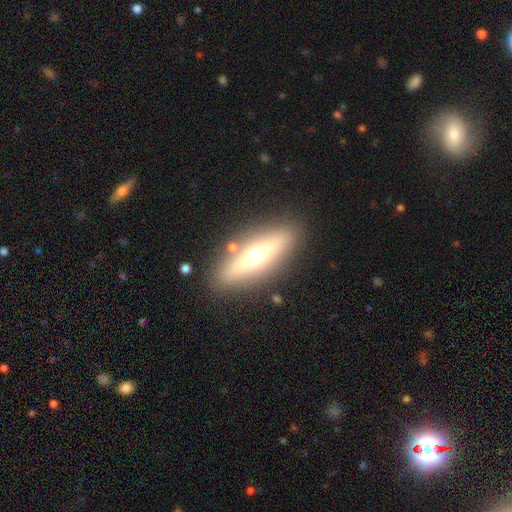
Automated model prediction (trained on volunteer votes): This appears to be a featured or disk galaxy (52%) viewed edge-on (84%). Merging: none (86%).